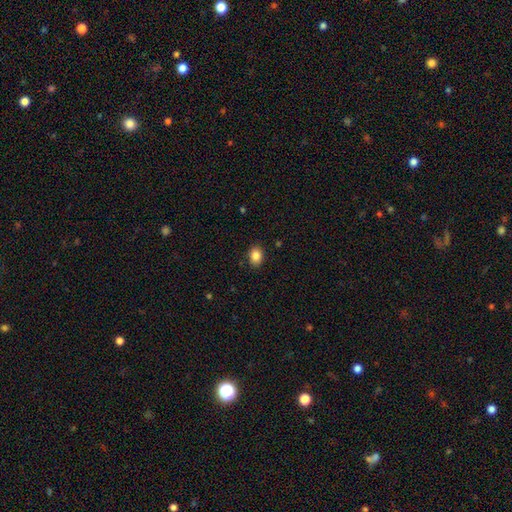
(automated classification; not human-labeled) Smooth or featured: smooth — 86% (star or artifact — 9%)
How rounded: in between — 64% (round — 35%)
Merging: none — 88% (minor disturbance — 9%)